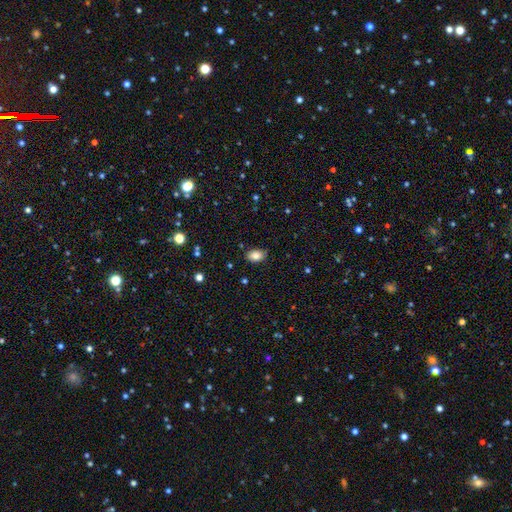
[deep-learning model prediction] Smooth or featured? smooth (84%)
How rounded? in between (88%)
Merging? none (83%)